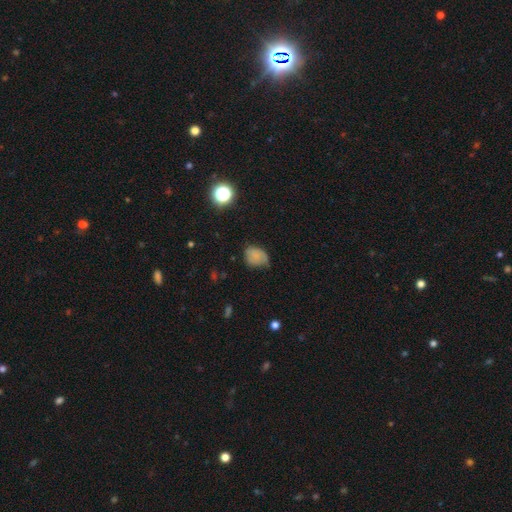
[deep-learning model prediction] smooth-or-featured: smooth: 71% | featured or disk: 15% | star or artifact: 14%
  how-rounded: in between: 61% | round: 38% | cigar-shaped: 1%
  merging: none: 51% | minor disturbance: 38% | major disturbance: 10% | merger: 2%